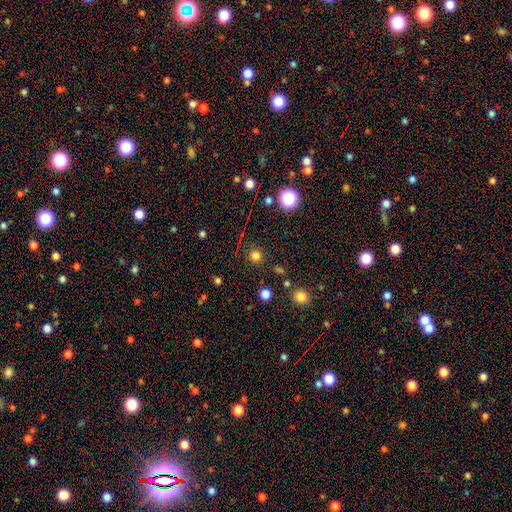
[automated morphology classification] This is likely a smooth galaxy (76%). How rounded: clearly round (93%). Merging: clearly none (87%).